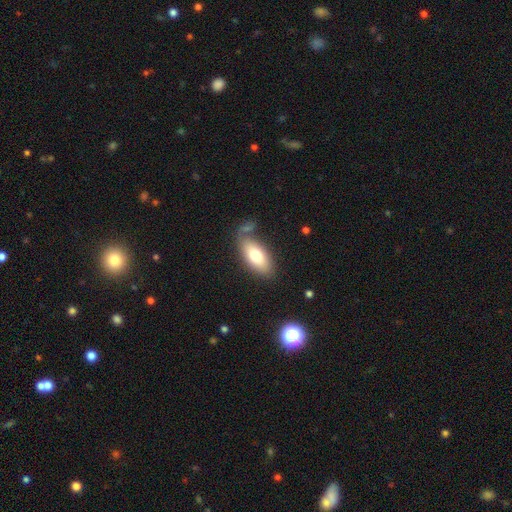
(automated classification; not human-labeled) Smooth or featured: smooth — 75% (featured or disk — 18%)
How rounded: in between — 90% (cigar-shaped — 7%)
Merging: none — 64% (minor disturbance — 18%)